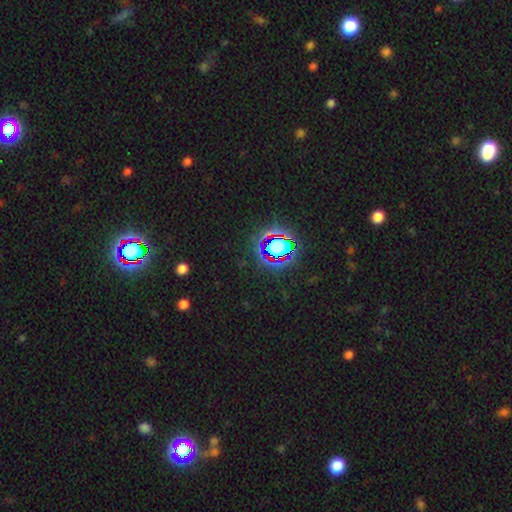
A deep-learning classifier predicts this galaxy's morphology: This is clearly a star or artifact rather than a galaxy (82%).